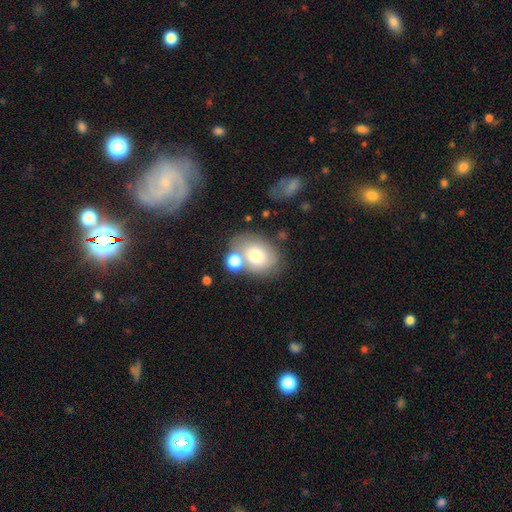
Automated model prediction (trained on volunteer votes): This is likely a smooth galaxy (71%). How rounded: likely in between (65%). Merging: possibly none (56%).